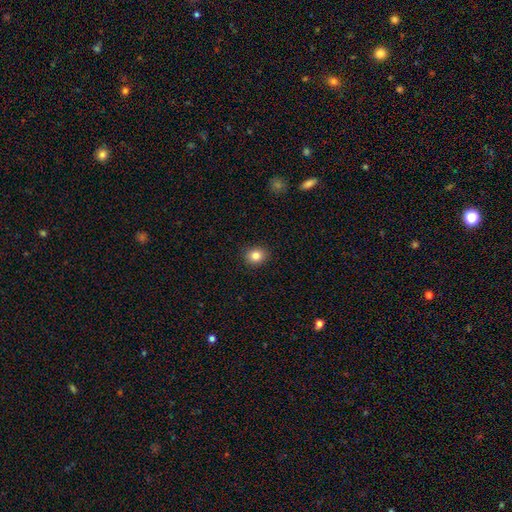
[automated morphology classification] This is clearly a smooth galaxy (83%). How rounded: likely round (67%). Merging: clearly none (90%).